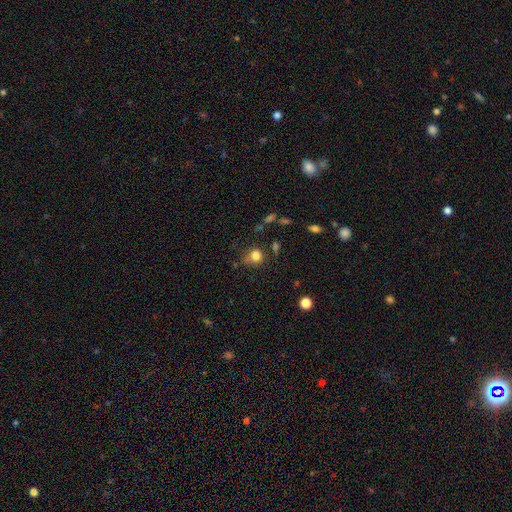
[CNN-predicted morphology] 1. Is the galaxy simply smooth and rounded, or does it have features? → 81% smooth, 13% star or artifact, 7% featured or disk.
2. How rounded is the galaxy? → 80% round, 19% in between, 1% cigar-shaped.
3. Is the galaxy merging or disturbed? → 64% none, 20% minor disturbance, 8% merger, 8% major disturbance.